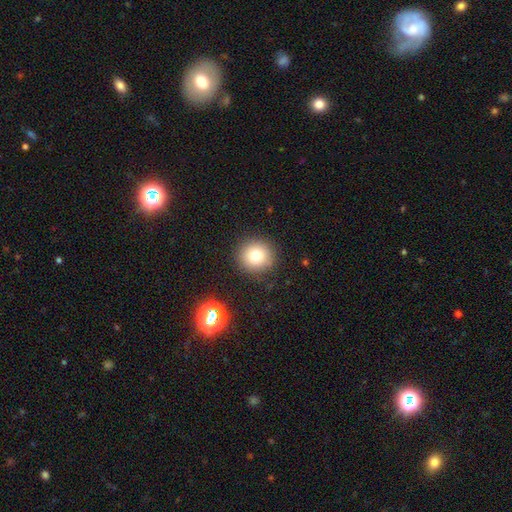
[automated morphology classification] Smooth or featured? Predicted: smooth (p=0.76). How rounded? Predicted: round (p=0.93). Merging? Predicted: none (p=0.90).